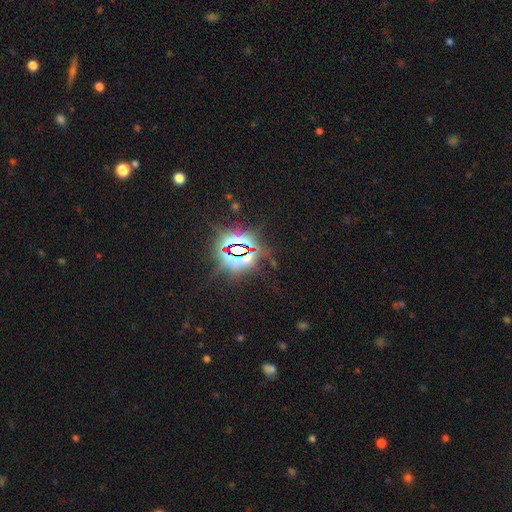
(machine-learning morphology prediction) This appears to be a star or artifact, not a galaxy (84%).